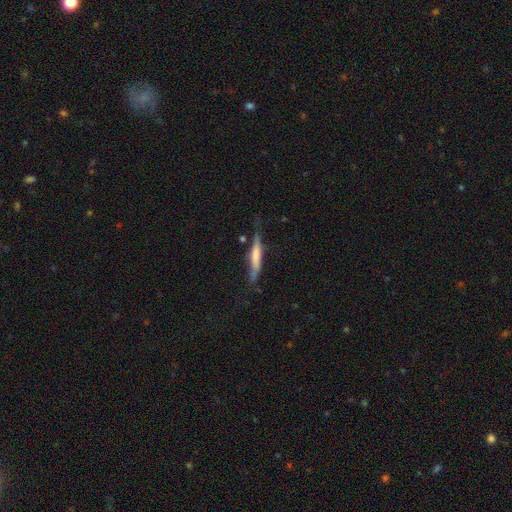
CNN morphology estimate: The model was most divided on "smooth or featured": smooth: 52%, featured or disk: 42%, star or artifact: 6%. More confident: how rounded — cigar-shaped (92%); merging — none (61%).